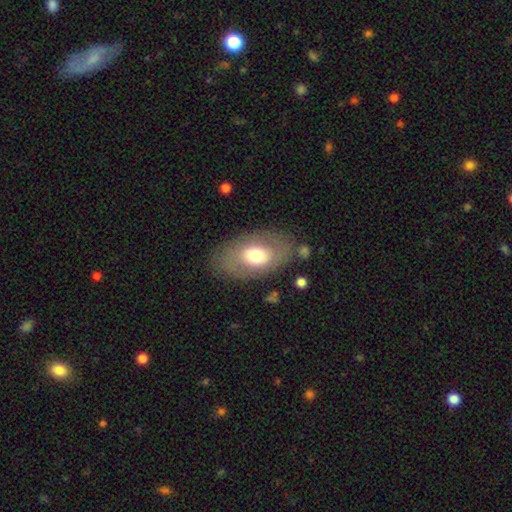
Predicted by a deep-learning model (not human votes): Smooth or featured: smooth — 61% (featured or disk — 32%)
How rounded: in between — 89% (round — 9%)
Merging: none — 78% (minor disturbance — 13%)